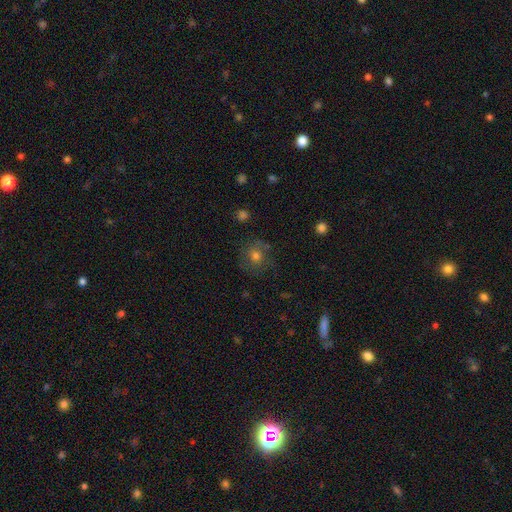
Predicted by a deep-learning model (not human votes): Smooth or featured: smooth — 57% (featured or disk — 26%)
How rounded: round — 83% (in between — 16%)
Merging: none — 73% (minor disturbance — 16%)